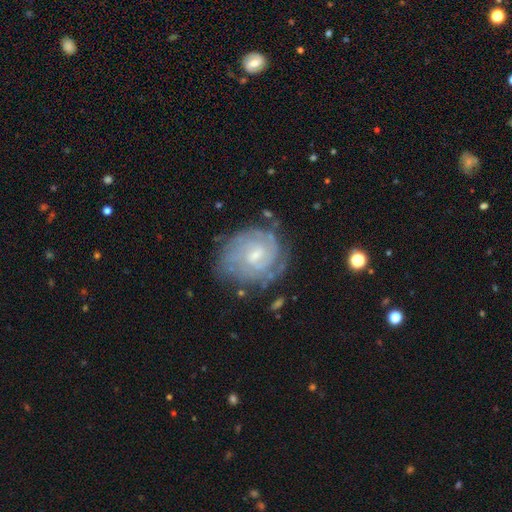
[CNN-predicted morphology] smooth_or_featured: featured or disk (p=0.79) [alt: smooth p=0.12]
disk_edge_on: no (p=0.97) [alt: yes p=0.03]
bar: weak (p=0.46) [alt: no p=0.44]
has_spiral_arms: yes (p=0.95) [alt: no p=0.05]
spiral_winding: tight (p=0.76) [alt: medium p=0.20]
spiral_arm_count: can't tell (p=0.37) [alt: 2 p=0.23]
bulge_size: small (p=0.54) [alt: moderate p=0.39]
merging: none (p=0.75) [alt: minor disturbance p=0.17]